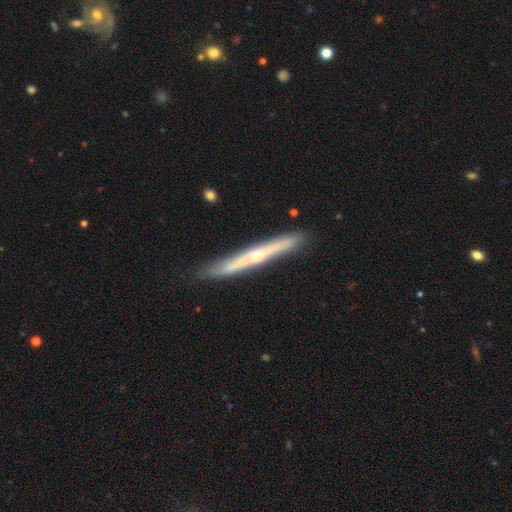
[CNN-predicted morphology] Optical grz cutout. It shows a featured or disk galaxy (63%) viewed edge-on (95%) with a rounded central bulge (54%). Merging: none (86%).